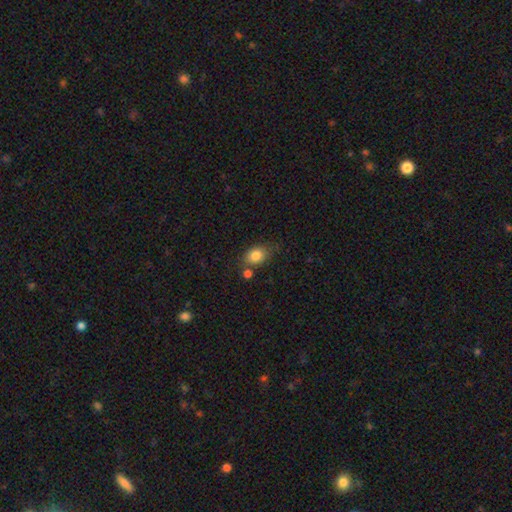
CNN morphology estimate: A smooth galaxy with no disk features (83%) that is in between round and cigar-shaped (69%). Merging: none (64%).